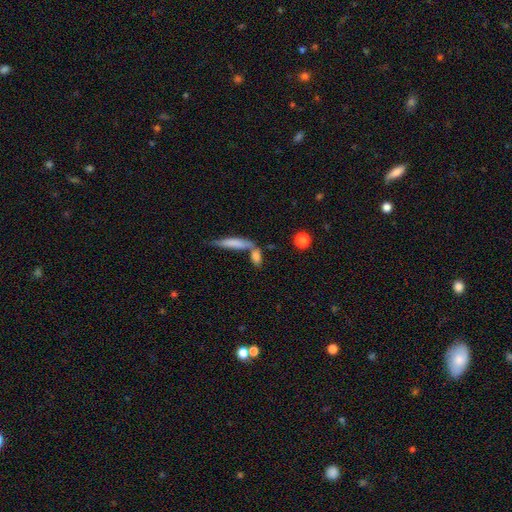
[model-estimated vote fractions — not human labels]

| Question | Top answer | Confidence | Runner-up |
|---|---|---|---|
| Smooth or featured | smooth | 74% | featured or disk (16%) |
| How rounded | in between | 53% | cigar-shaped (37%) |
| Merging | none | 47% | merger (37%) |